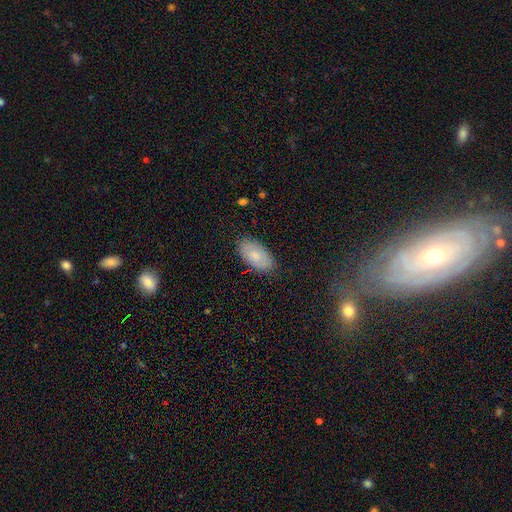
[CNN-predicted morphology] A smooth galaxy with no disk features (78%) that is in between round and cigar-shaped (95%).

Vote fractions:
- Smooth or featured? smooth: 78% / featured or disk: 16% / star or artifact: 7%
- How rounded? in between: 95% / round: 3% / cigar-shaped: 2%
- Merging? none: 85% / minor disturbance: 11% / major disturbance: 2% / merger: 1%